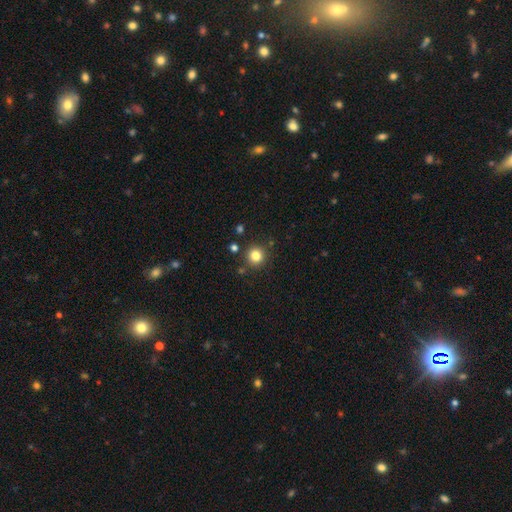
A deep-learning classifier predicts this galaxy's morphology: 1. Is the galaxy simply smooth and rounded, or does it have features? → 82% smooth, 12% star or artifact, 5% featured or disk.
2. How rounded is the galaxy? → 94% round, 5% in between, 1% cigar-shaped.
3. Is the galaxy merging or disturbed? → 87% none, 7% minor disturbance, 4% merger, 2% major disturbance.